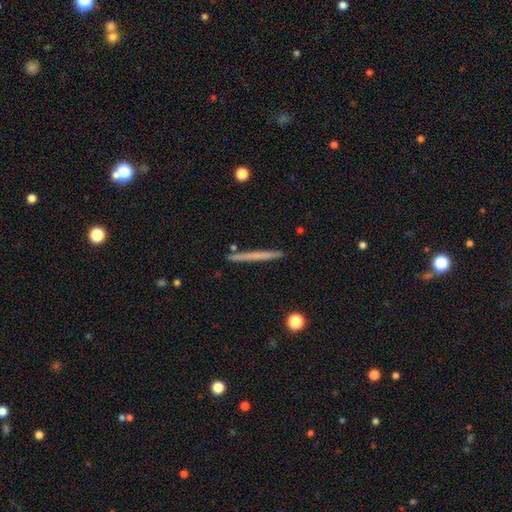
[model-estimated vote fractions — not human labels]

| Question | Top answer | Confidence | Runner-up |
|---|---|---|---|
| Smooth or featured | smooth | 53% | featured or disk (41%) |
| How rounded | cigar-shaped | 97% | in between (2%) |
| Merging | none | 91% | minor disturbance (6%) |